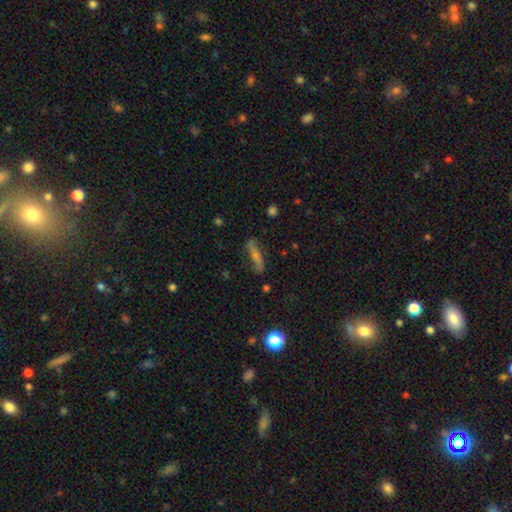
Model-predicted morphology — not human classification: Smooth or featured: featured or disk — 48% (smooth — 39%)
Merging: none — 75% (minor disturbance — 17%)